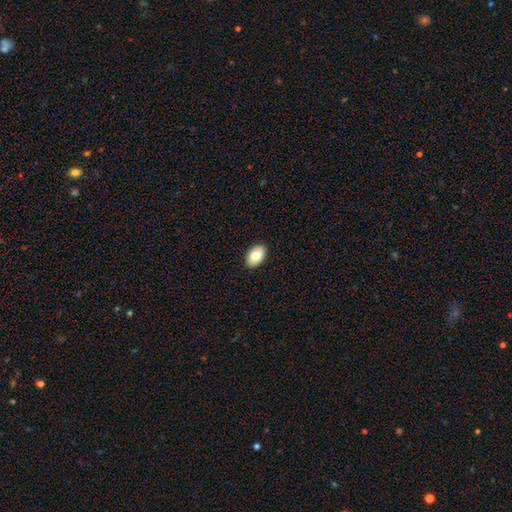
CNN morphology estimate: A smooth galaxy with no disk features (82%) that is in between round and cigar-shaped (90%). Merging: none (90%).